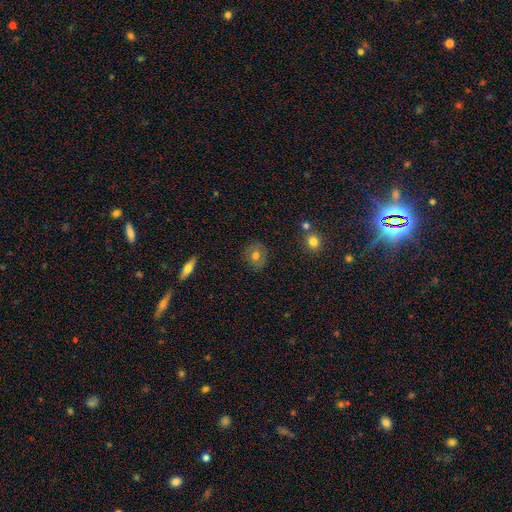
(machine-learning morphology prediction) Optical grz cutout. It shows a smooth galaxy with no disk features (61%) that is round (73%). Merging: none (84%).